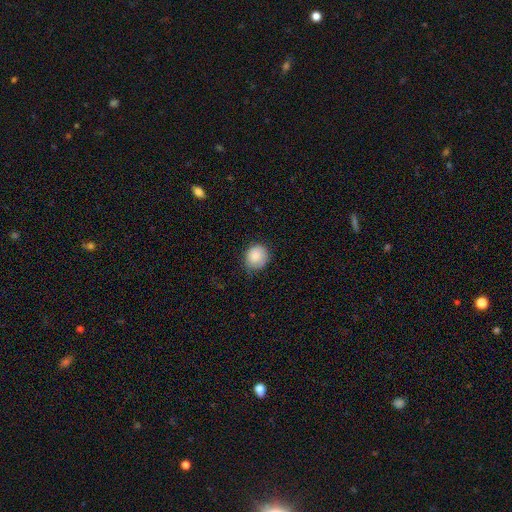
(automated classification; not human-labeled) Overall: smooth (85%). How rounded: round (78%). Merging: none (71%).